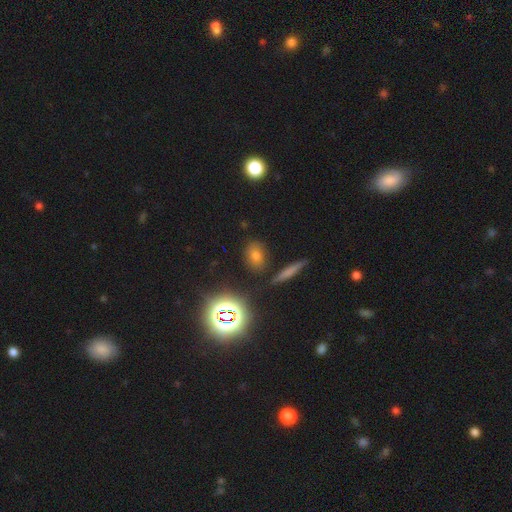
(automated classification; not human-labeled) Smooth or featured: smooth — 65% (star or artifact — 25%)
How rounded: in between — 64% (round — 30%)
Merging: none — 83% (minor disturbance — 10%)